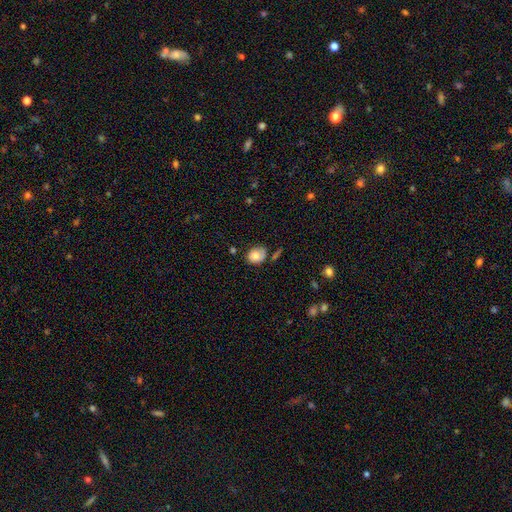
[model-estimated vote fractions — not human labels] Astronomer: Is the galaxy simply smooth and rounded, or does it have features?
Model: smooth — 74%.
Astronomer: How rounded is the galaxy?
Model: round — 55% (runner-up: in between, 44%).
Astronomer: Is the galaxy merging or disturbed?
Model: none — 59%.